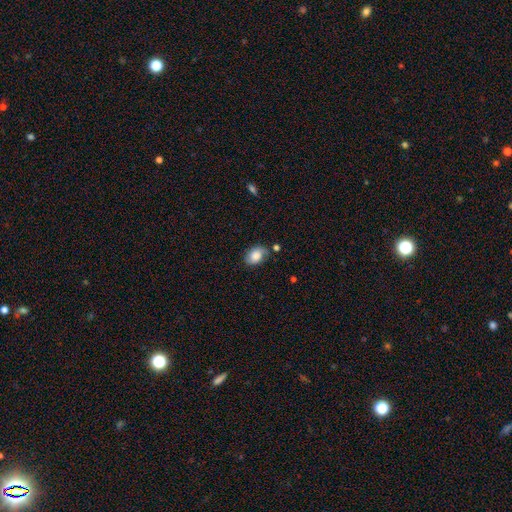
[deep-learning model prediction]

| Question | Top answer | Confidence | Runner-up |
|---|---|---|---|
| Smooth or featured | smooth | 77% | featured or disk (15%) |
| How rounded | in between | 81% | round (18%) |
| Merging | none | 67% | minor disturbance (22%) |